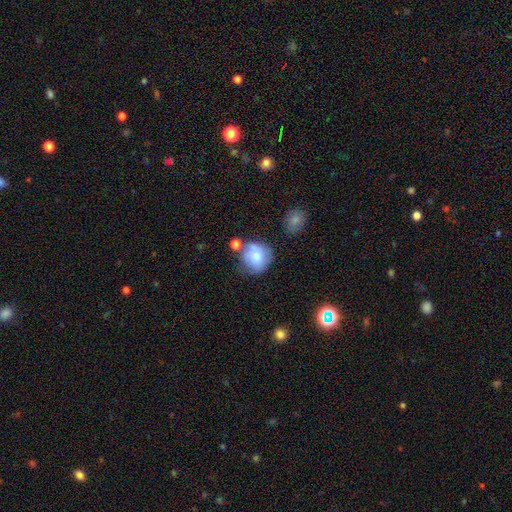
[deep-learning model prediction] Smooth or featured? smooth (74%)
How rounded? round (82%)
Merging? none (51%)